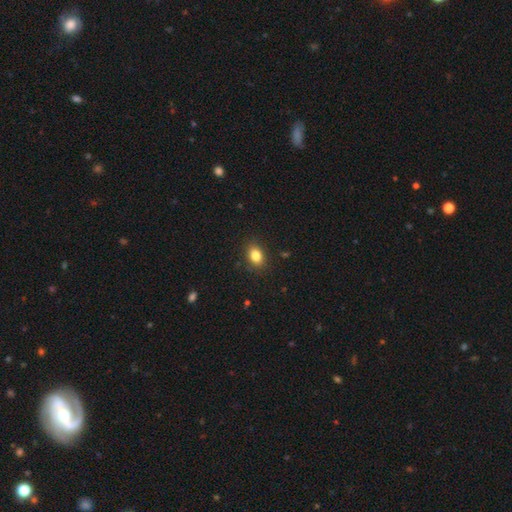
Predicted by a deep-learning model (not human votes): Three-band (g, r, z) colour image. It shows a smooth galaxy with no disk features (84%) that is in between round and cigar-shaped (73%). Merging: none (88%).